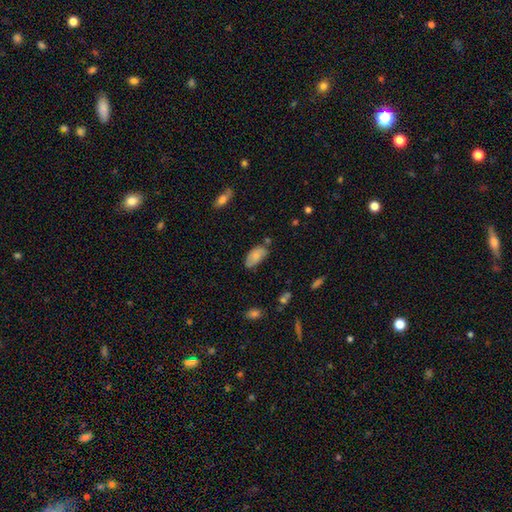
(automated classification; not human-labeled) Smooth or featured? smooth (75%)
How rounded? in between (94%)
Merging? none (65%)